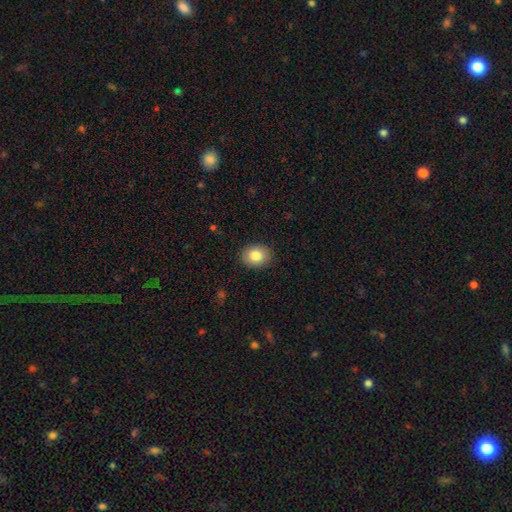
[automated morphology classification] Smooth or featured? Predicted: smooth (p=0.83). How rounded? Predicted: round (p=0.51). Merging? Predicted: none (p=0.89).